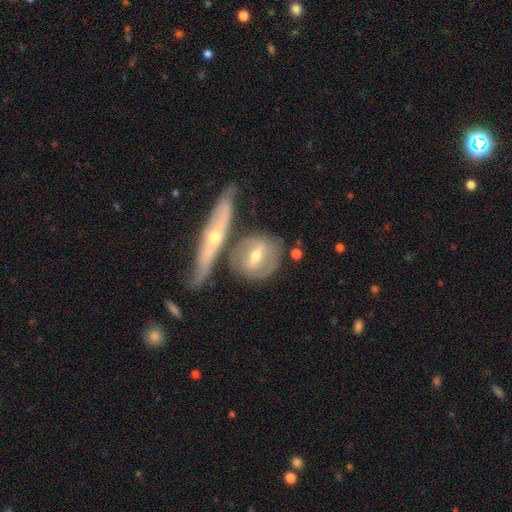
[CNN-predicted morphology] A featured or disk galaxy (60%). Merging: none (62%).